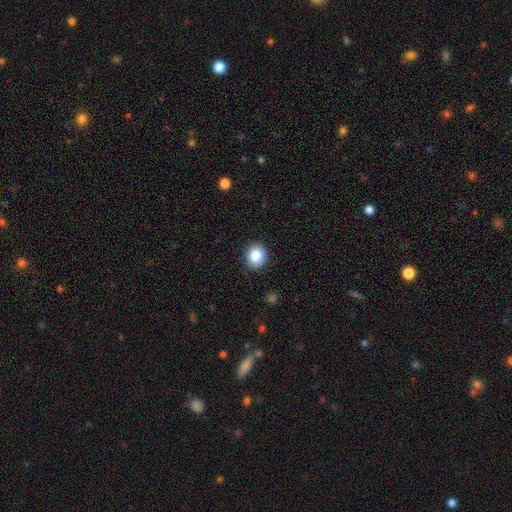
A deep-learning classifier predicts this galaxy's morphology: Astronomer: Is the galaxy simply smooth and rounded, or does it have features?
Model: smooth — 87%.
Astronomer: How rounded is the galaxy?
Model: round — 78%.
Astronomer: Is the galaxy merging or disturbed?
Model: none — 90%.